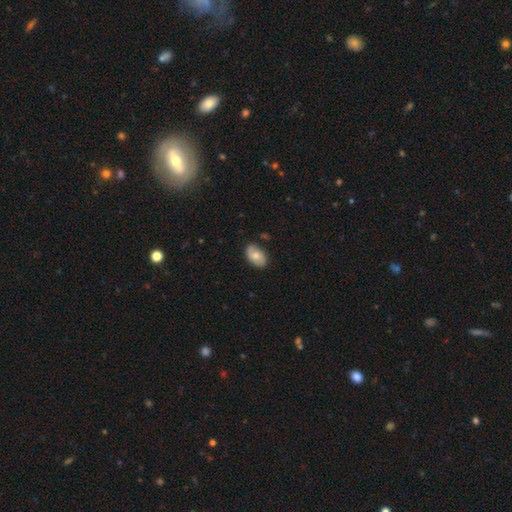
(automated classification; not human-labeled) smooth-or-featured: smooth: 62% | featured or disk: 31% | star or artifact: 7%
  how-rounded: in between: 91% | round: 7% | cigar-shaped: 1%
  merging: none: 79% | minor disturbance: 16% | major disturbance: 3% | merger: 2%